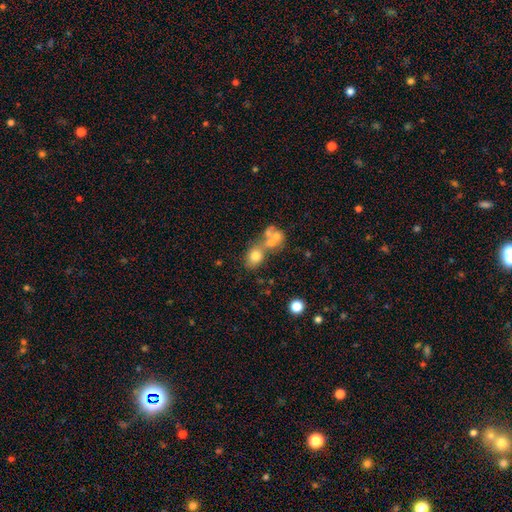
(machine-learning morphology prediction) Q: Smooth or featured?
A: smooth (66%); runner-up: featured or disk (20%)
Q: How rounded?
A: round (58%); runner-up: in between (40%)
Q: Merging?
A: merger (49%); runner-up: none (35%)